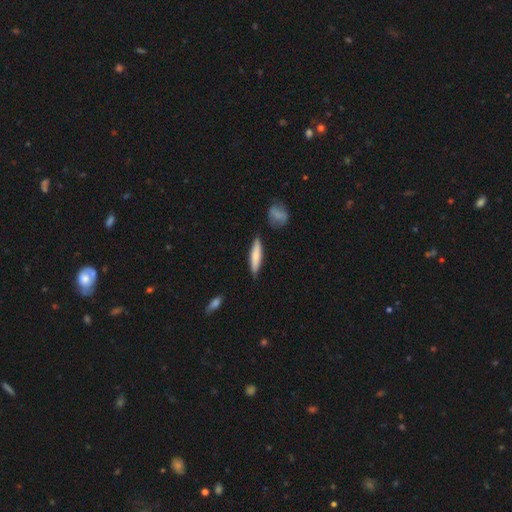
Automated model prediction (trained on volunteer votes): Smooth or featured?
  - smooth: 73% *
  - featured or disk: 21%
  - star or artifact: 6%
How rounded?
  - cigar-shaped: 82% *
  - in between: 16%
  - round: 2%
Merging?
  - none: 83% *
  - minor disturbance: 12%
  - merger: 3%
  - major disturbance: 2%